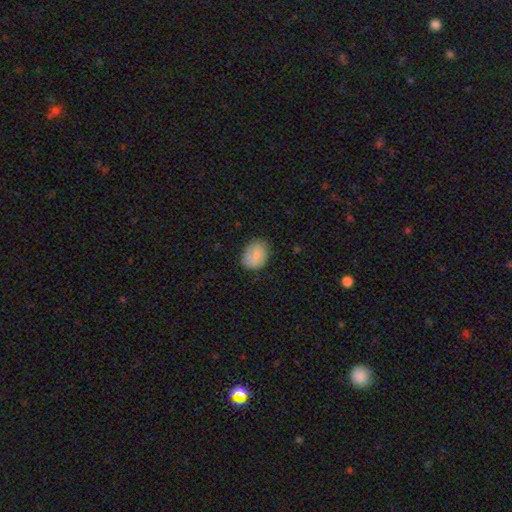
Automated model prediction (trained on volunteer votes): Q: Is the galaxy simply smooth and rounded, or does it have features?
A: smooth — 78%.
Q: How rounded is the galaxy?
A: in between — 64%.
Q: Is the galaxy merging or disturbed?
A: none — 74%.